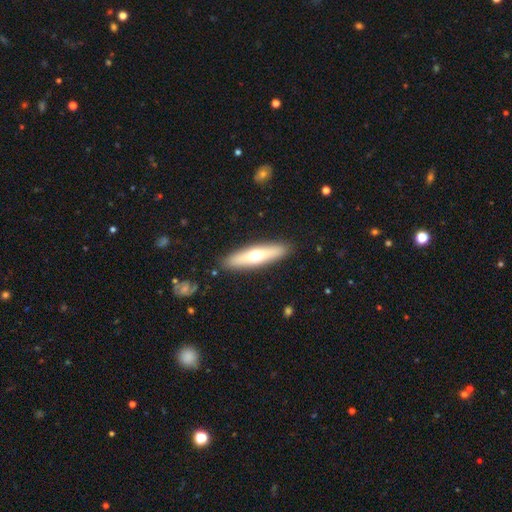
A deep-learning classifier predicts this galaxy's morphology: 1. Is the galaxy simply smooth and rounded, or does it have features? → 53% smooth, 42% featured or disk, 5% star or artifact.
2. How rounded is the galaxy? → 73% cigar-shaped, 25% in between, 2% round.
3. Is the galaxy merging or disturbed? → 90% none, 7% minor disturbance, 2% major disturbance, 1% merger.